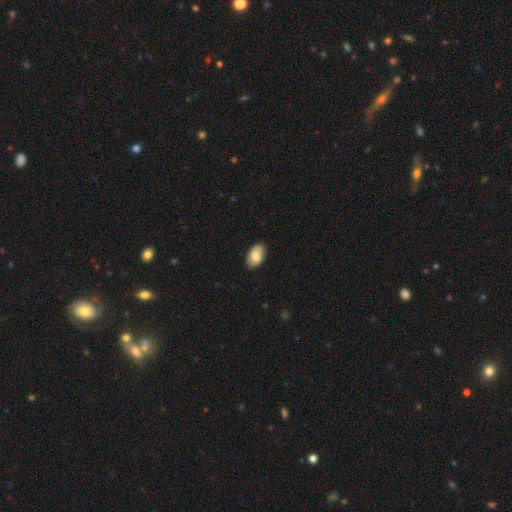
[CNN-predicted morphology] Smooth or featured? smooth (77%)
How rounded? in between (93%)
Merging? none (85%)